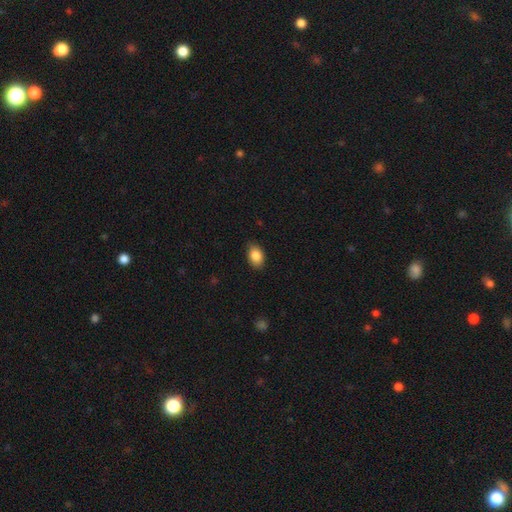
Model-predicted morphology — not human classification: Overall: smooth (87%). How rounded: in between (86%). Merging: none (85%).